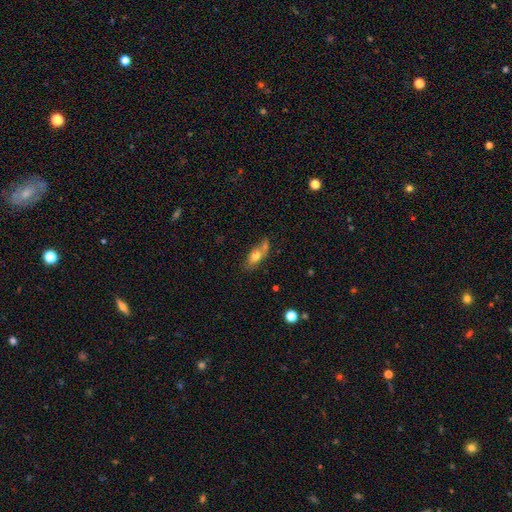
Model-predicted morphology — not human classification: A smooth galaxy with no disk features (68%) that is in between round and cigar-shaped (74%). Merging: none (41%).